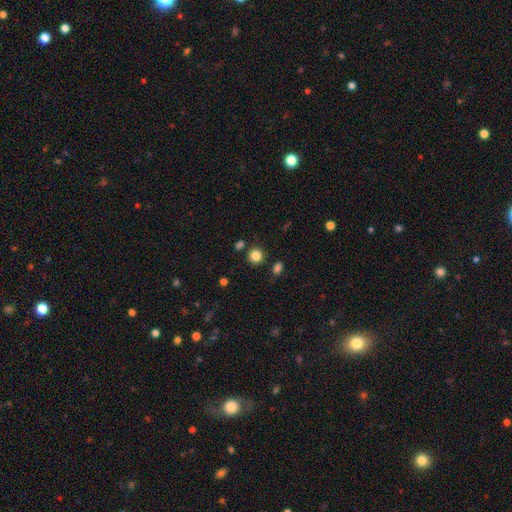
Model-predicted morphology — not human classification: Smooth or featured? smooth (84%)
How rounded? round (89%)
Merging? none (85%)